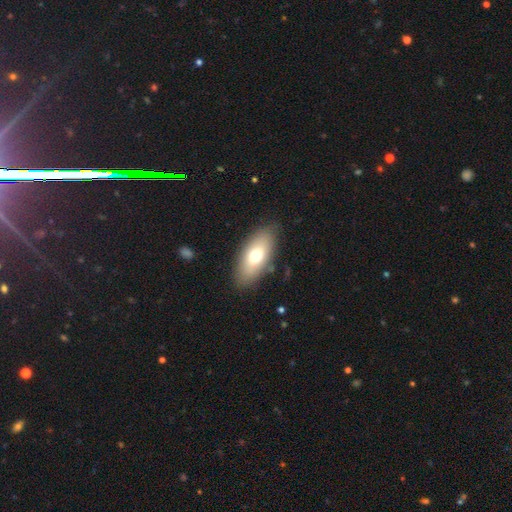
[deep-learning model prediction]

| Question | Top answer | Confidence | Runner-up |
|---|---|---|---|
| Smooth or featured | smooth | 68% | featured or disk (25%) |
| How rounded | in between | 87% | cigar-shaped (10%) |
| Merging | none | 84% | minor disturbance (11%) |